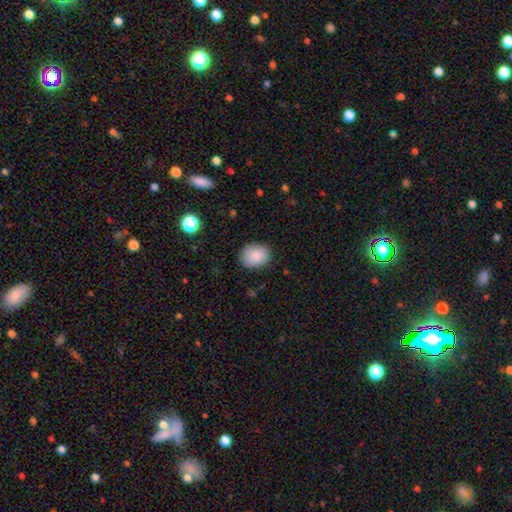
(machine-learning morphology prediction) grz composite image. It shows a smooth galaxy with no disk features (86%) that is round (57%). Merging: none (83%).